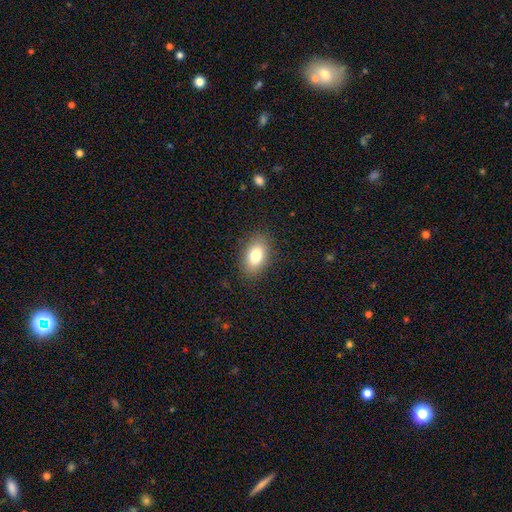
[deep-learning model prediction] Morphology: type=smooth (82%); roundness=in between (89%); merging=none (86%).